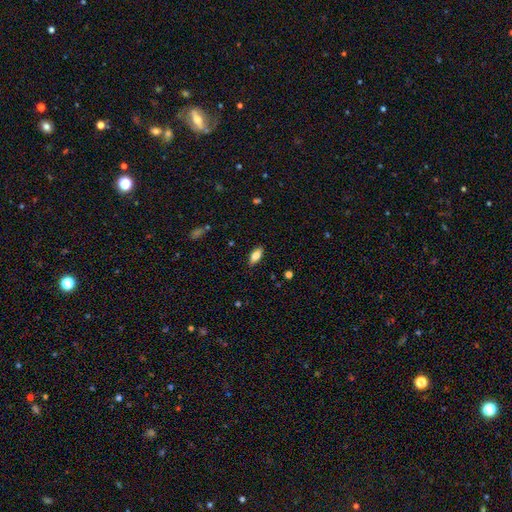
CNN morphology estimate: Q: Smooth or featured?
A: smooth (80%); runner-up: featured or disk (13%)
Q: How rounded?
A: in between (85%); runner-up: cigar-shaped (13%)
Q: Merging?
A: none (87%); runner-up: minor disturbance (10%)